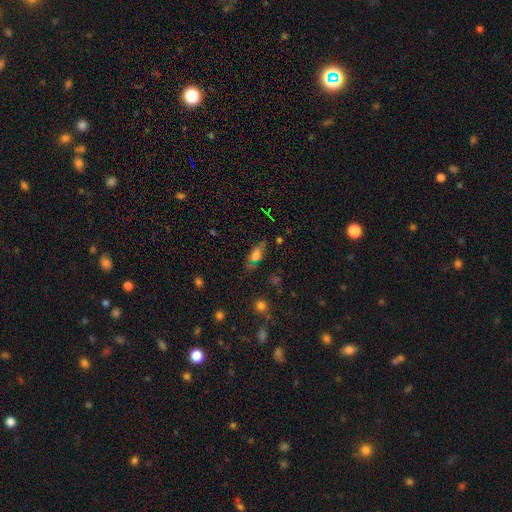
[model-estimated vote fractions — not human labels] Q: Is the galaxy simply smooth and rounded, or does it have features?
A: smooth — 59%.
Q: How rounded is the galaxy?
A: in between — 72%.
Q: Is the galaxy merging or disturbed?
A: none — 66%.